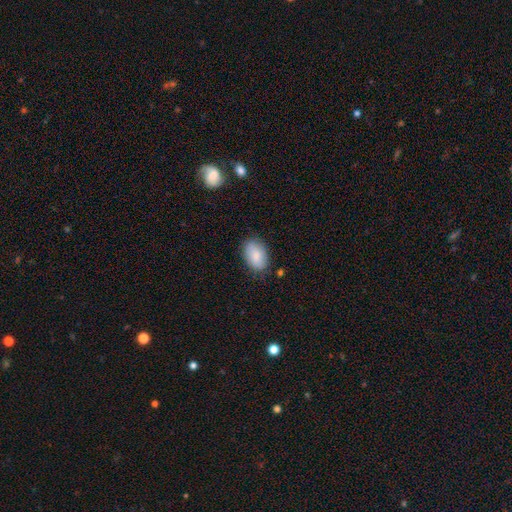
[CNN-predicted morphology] type=smooth (85%); roundness=in between (90%); merging=none (79%).